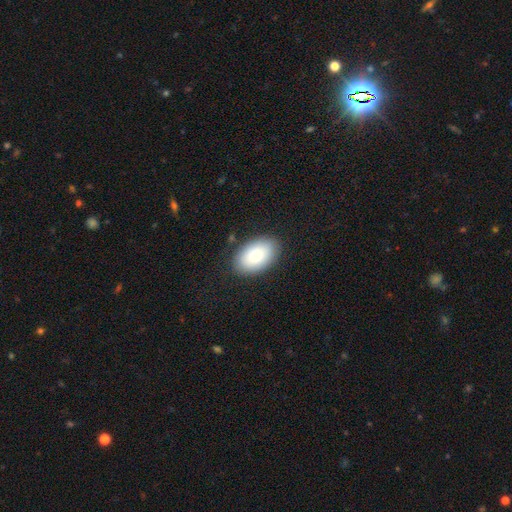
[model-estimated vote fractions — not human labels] Smooth or featured?
  - smooth: 80% *
  - featured or disk: 13%
  - star or artifact: 7%
How rounded?
  - in between: 89% *
  - round: 10%
  - cigar-shaped: 1%
Merging?
  - none: 86% *
  - minor disturbance: 10%
  - major disturbance: 3%
  - merger: 1%